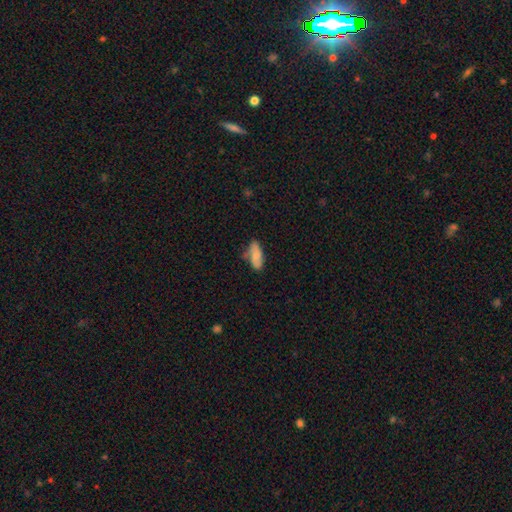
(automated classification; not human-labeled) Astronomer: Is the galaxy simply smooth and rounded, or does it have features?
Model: smooth — 78%.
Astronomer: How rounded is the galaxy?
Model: in between — 80%.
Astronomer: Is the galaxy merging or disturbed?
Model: none — 60%.